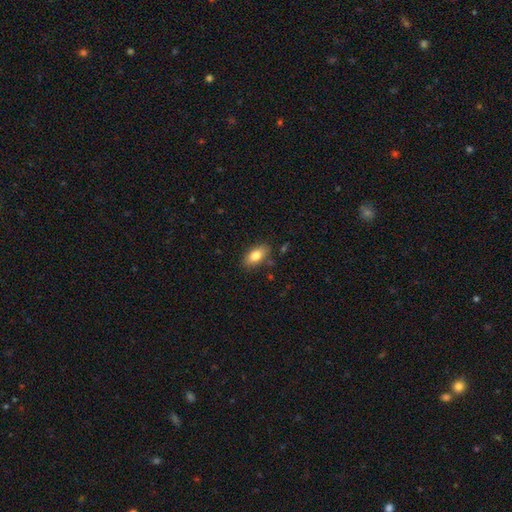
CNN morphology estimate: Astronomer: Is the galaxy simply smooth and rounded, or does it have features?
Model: smooth — 79%.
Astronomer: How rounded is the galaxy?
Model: in between — 89%.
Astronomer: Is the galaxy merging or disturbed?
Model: none — 81%.